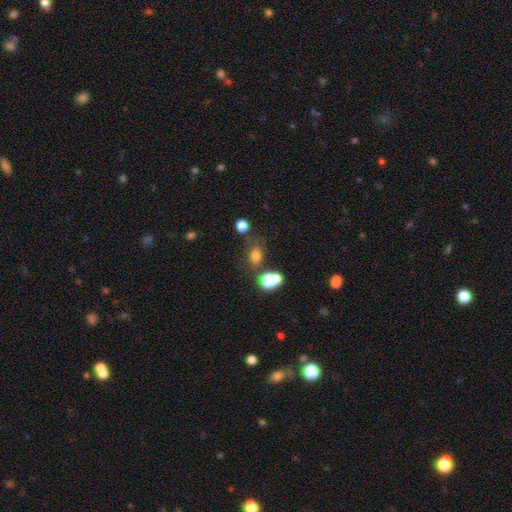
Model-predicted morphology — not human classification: Q: Smooth or featured?
A: smooth (73%); runner-up: star or artifact (17%)
Q: How rounded?
A: in between (64%); runner-up: round (34%)
Q: Merging?
A: none (62%); runner-up: merger (16%)